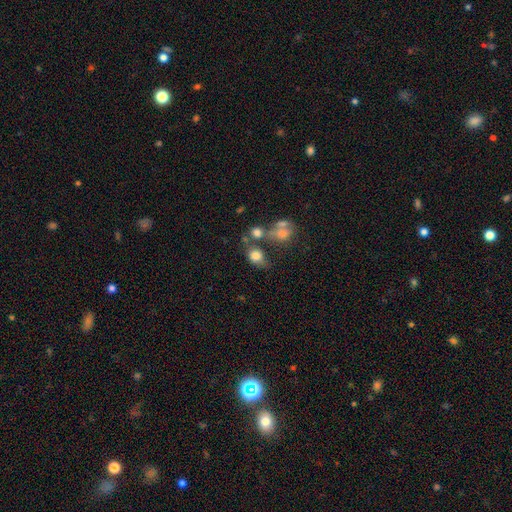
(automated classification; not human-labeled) This appears to be a smooth galaxy with no disk features (77%) that is in between round and cigar-shaped (55%). Merging: none (44%).